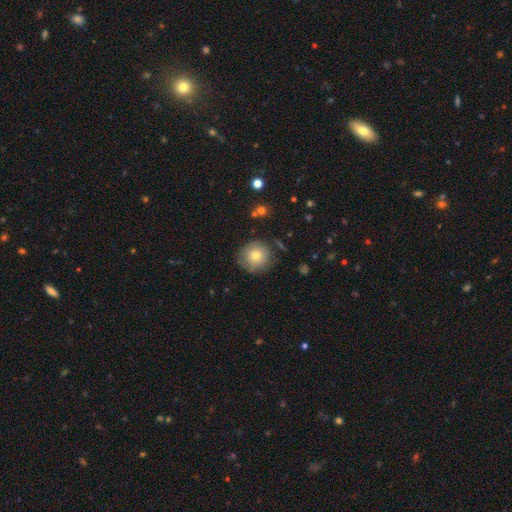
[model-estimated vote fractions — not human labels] This is likely a smooth galaxy (72%). How rounded: clearly round (93%). Merging: likely none (79%).